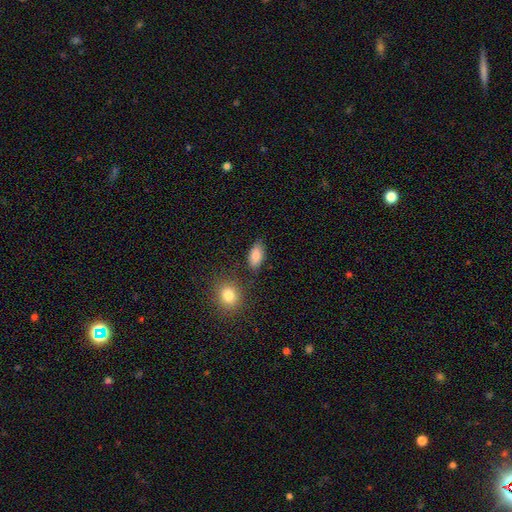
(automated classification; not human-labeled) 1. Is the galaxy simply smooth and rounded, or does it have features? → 87% smooth, 8% star or artifact, 5% featured or disk.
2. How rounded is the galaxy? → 90% in between, 6% round, 4% cigar-shaped.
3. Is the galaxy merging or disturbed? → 78% none, 13% minor disturbance, 5% merger, 4% major disturbance.